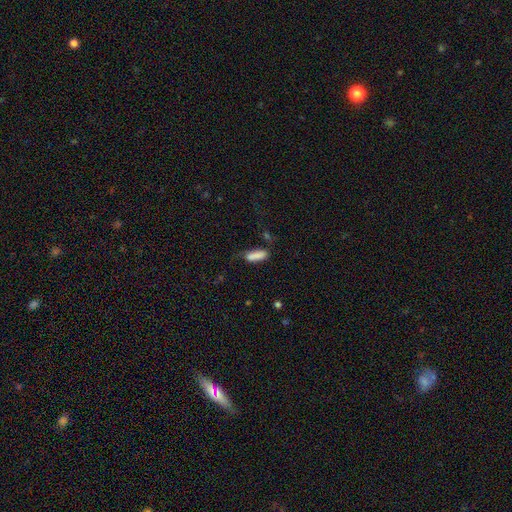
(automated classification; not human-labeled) Smooth or featured: smooth — 85% (star or artifact — 8%)
How rounded: in between — 51% (cigar-shaped — 46%)
Merging: none — 51% (minor disturbance — 29%)